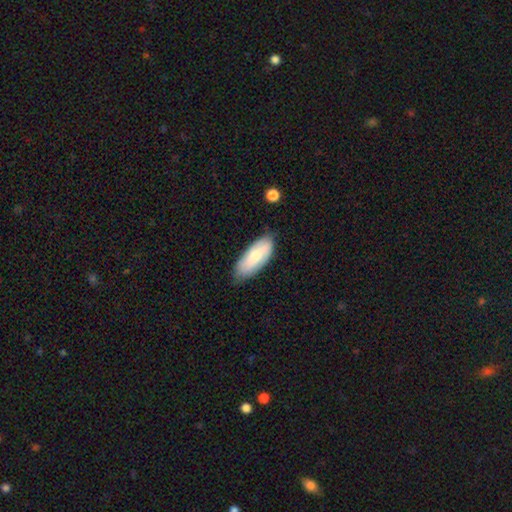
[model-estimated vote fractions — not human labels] This appears to be a smooth galaxy with no disk features (67%) that is in between round and cigar-shaped (81%). Merging: none (75%).